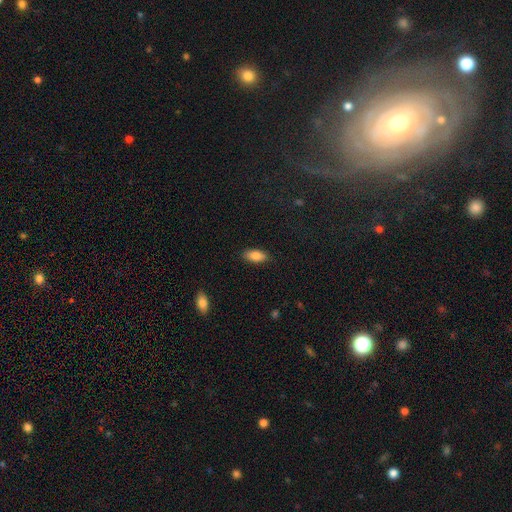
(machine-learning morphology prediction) Smooth or featured? smooth (86%)
How rounded? in between (89%)
Merging? none (86%)